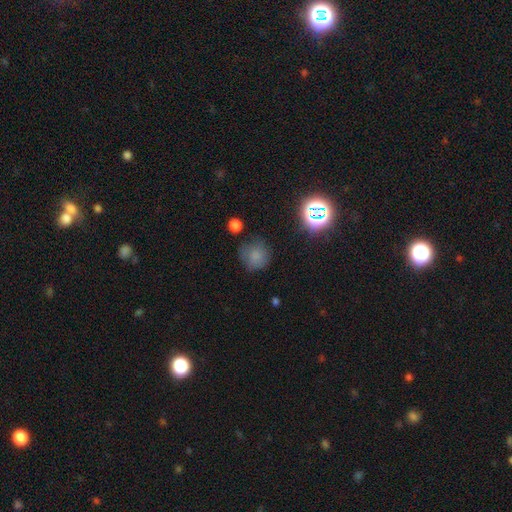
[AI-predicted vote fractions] Smooth or featured?
  - smooth: 73% *
  - star or artifact: 18%
  - featured or disk: 9%
How rounded?
  - round: 87% *
  - in between: 12%
  - cigar-shaped: 1%
Merging?
  - none: 69% *
  - minor disturbance: 20%
  - major disturbance: 8%
  - merger: 3%